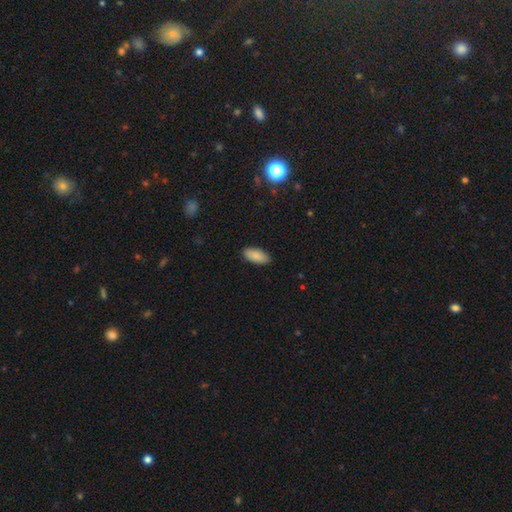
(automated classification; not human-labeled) smooth_or_featured: smooth (p=0.88) [alt: star or artifact p=0.07]
how_rounded: in between (p=0.90) [alt: cigar-shaped p=0.08]
merging: none (p=0.89) [alt: minor disturbance p=0.08]